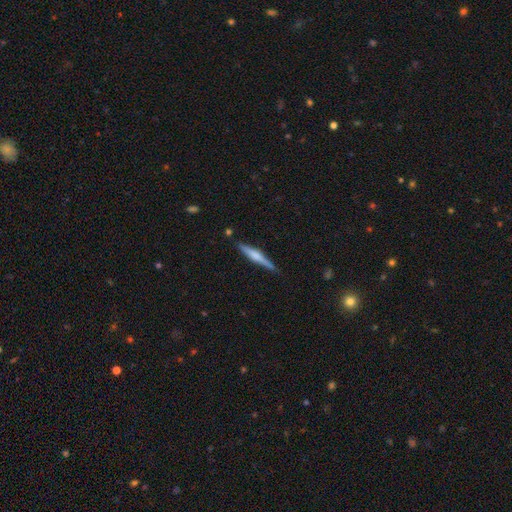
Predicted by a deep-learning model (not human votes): Morphology: type=featured or disk (60%); edge-on=yes (98%); edge-on bulge=rounded (65%); merging=none (85%).